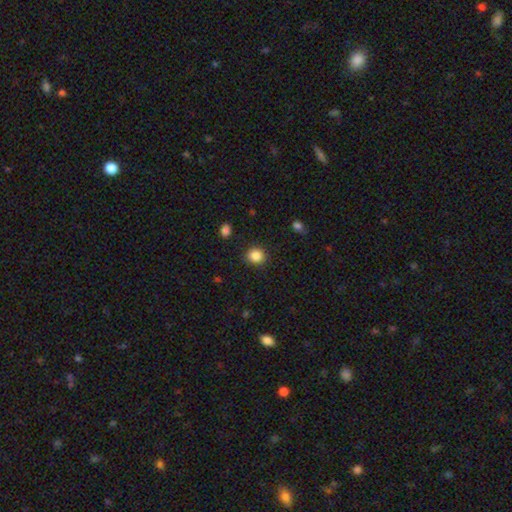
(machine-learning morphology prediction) A smooth galaxy with no disk features (86%) that is round (82%). Merging: none (89%).